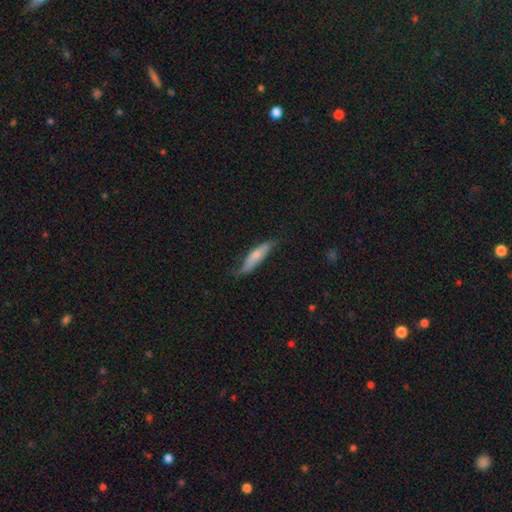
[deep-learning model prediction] The model was most divided on "smooth or featured": smooth: 56%, featured or disk: 38%, star or artifact: 6%. More confident: how rounded — cigar-shaped (71%); merging — none (54%).